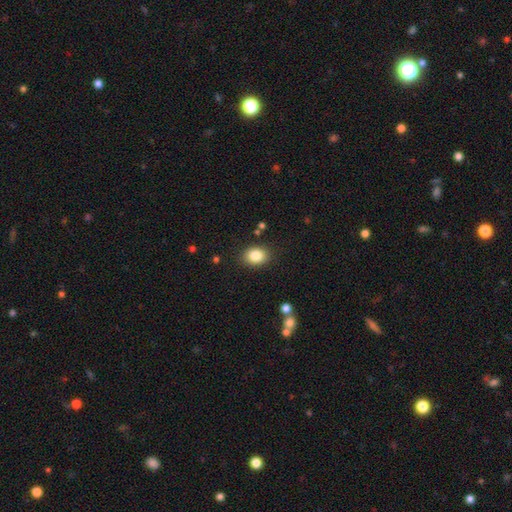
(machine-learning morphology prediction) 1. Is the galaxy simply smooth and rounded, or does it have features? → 85% smooth, 9% star or artifact, 6% featured or disk.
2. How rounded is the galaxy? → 62% in between, 37% round, 1% cigar-shaped.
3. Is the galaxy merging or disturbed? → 86% none, 9% minor disturbance, 3% major disturbance, 2% merger.